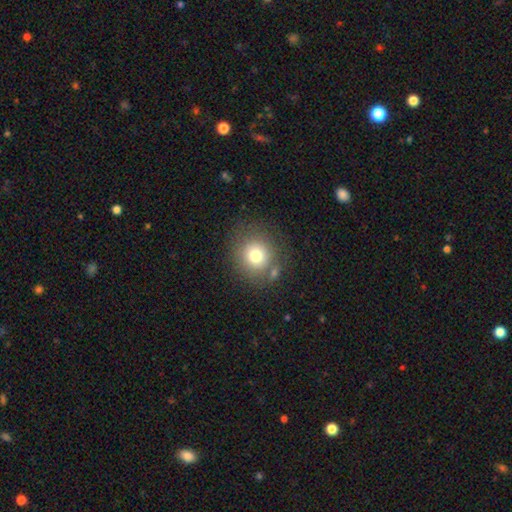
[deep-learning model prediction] Overall: smooth (74%). How rounded: round (88%). Merging: none (76%).